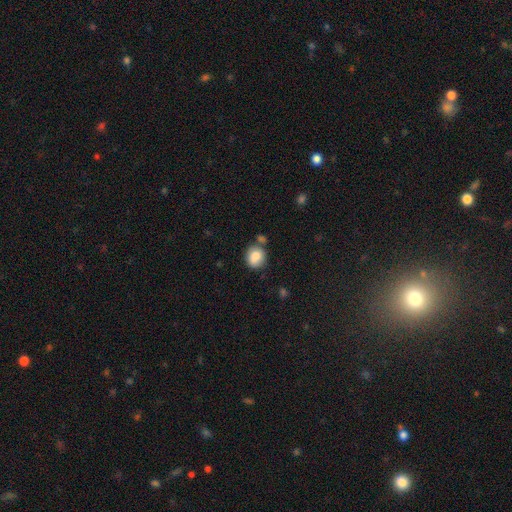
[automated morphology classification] smooth_or_featured: smooth (p=0.84) [alt: featured or disk p=0.08]
how_rounded: round (p=0.76) [alt: in between p=0.23]
merging: none (p=0.66) [alt: minor disturbance p=0.15]